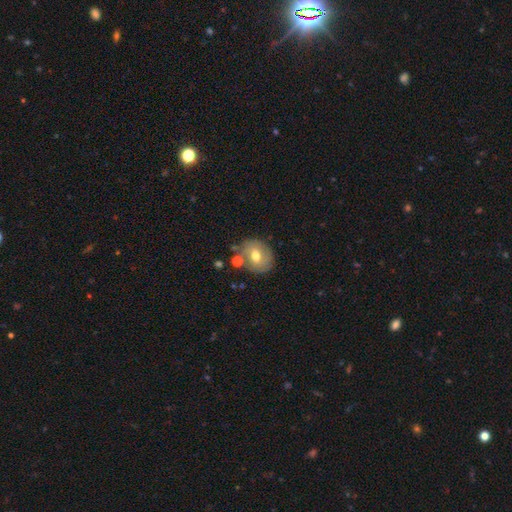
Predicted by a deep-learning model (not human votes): The model was most divided on "smooth or featured": smooth: 59%, featured or disk: 32%, star or artifact: 9%. More confident: how rounded — round (69%); merging — none (69%).